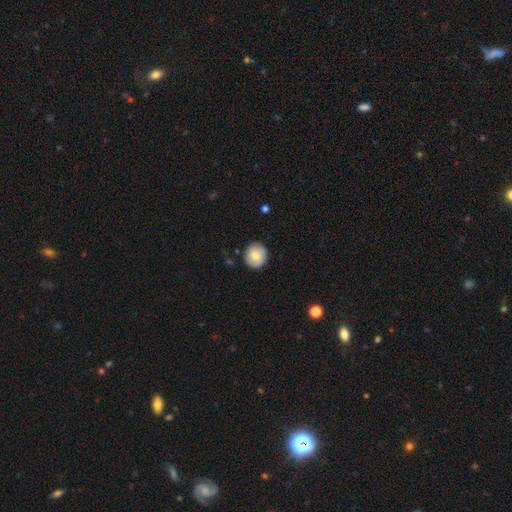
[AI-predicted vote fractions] smooth-or-featured: smooth: 78% | featured or disk: 15% | star or artifact: 7%
  how-rounded: round: 89% | in between: 10% | cigar-shaped: 1%
  merging: none: 88% | minor disturbance: 9% | major disturbance: 2% | merger: 1%